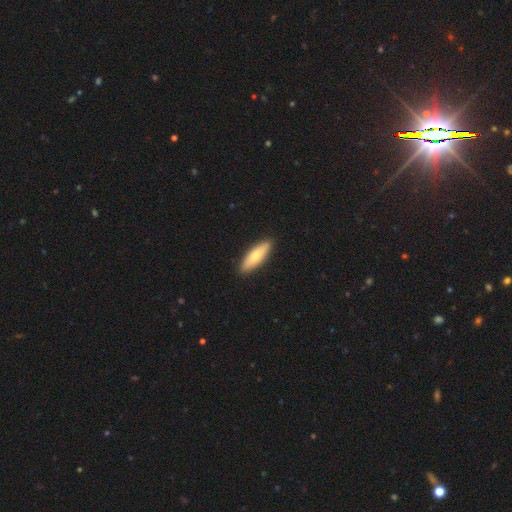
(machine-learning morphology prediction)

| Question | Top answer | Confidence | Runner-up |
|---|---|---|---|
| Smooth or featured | smooth | 73% | featured or disk (22%) |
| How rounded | cigar-shaped | 51% | in between (47%) |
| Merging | none | 90% | minor disturbance (8%) |